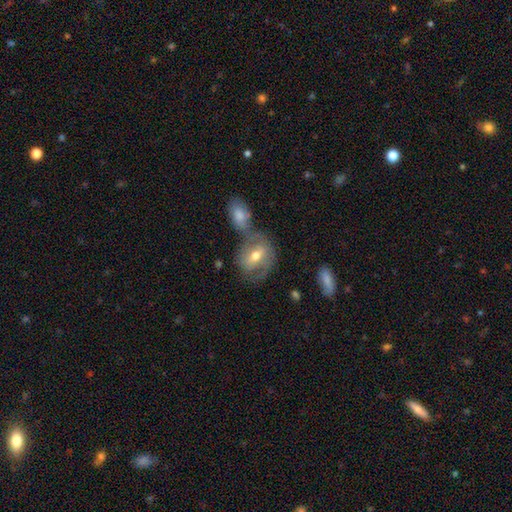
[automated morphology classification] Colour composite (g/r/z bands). It shows a featured or disk galaxy (49%). Merging: none (39%).